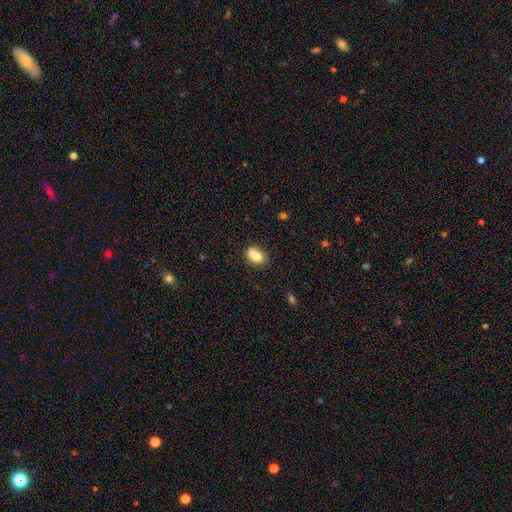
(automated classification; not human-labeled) smooth-or-featured: smooth: 75% | featured or disk: 16% | star or artifact: 9%
  how-rounded: in between: 70% | round: 27% | cigar-shaped: 3%
  merging: none: 49% | merger: 29% | minor disturbance: 17% | major disturbance: 5%